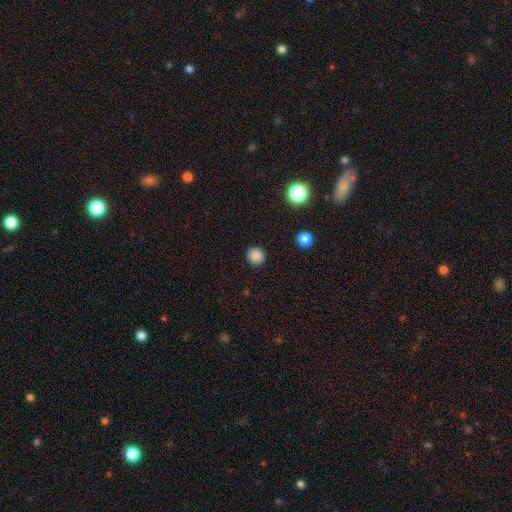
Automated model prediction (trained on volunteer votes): A smooth galaxy with no disk features (85%) that is round (92%).

Vote fractions:
- Smooth or featured? smooth: 85% / star or artifact: 11% / featured or disk: 3%
- How rounded? round: 92% / in between: 7% / cigar-shaped: 1%
- Merging? none: 91% / minor disturbance: 6% / major disturbance: 2% / merger: 1%